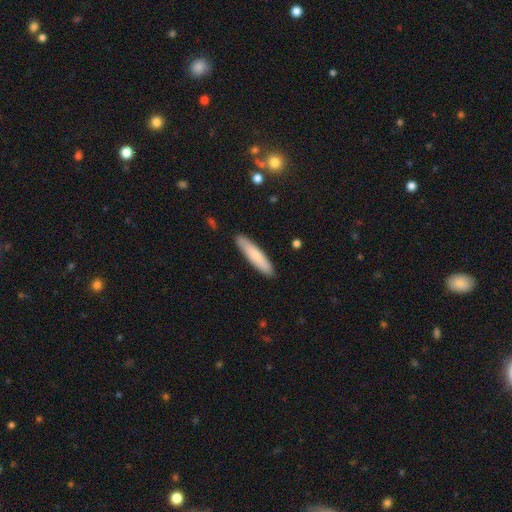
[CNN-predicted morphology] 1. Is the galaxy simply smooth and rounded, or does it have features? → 79% smooth, 16% featured or disk, 5% star or artifact.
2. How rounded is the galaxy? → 85% cigar-shaped, 14% in between, 1% round.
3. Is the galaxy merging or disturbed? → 90% none, 8% minor disturbance, 1% major disturbance, 1% merger.